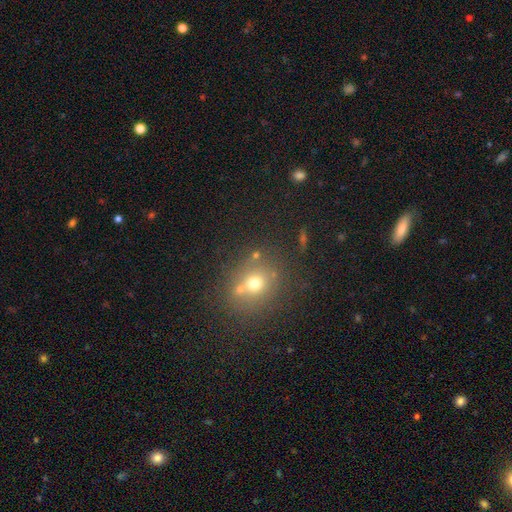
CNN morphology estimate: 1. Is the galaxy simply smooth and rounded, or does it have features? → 58% smooth, 24% star or artifact, 17% featured or disk.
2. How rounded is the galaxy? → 76% round, 22% in between, 1% cigar-shaped.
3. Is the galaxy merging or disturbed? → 59% none, 26% merger, 10% minor disturbance, 4% major disturbance.